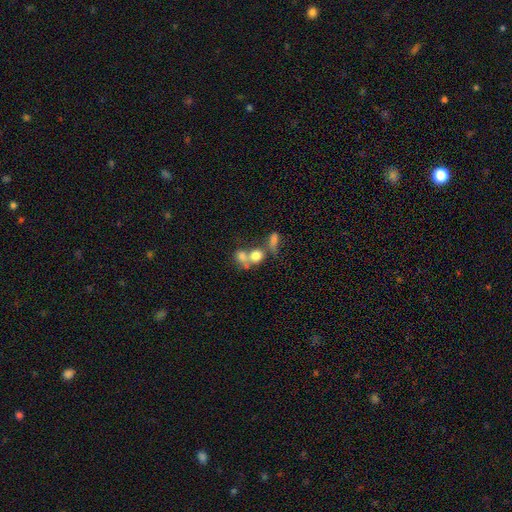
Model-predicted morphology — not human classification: Smooth or featured? smooth (71%)
How rounded? round (57%)
Merging? merger (62%)